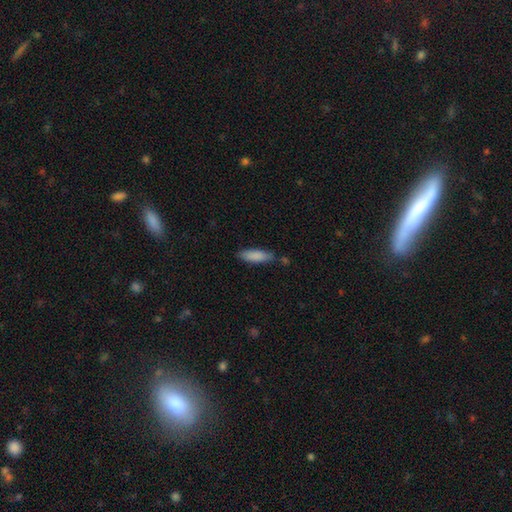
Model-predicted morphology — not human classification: Smooth or featured?
  - smooth: 86% *
  - featured or disk: 8%
  - star or artifact: 6%
How rounded?
  - cigar-shaped: 52% *
  - in between: 47%
  - round: 2%
Merging?
  - none: 74% *
  - minor disturbance: 17%
  - merger: 5%
  - major disturbance: 3%